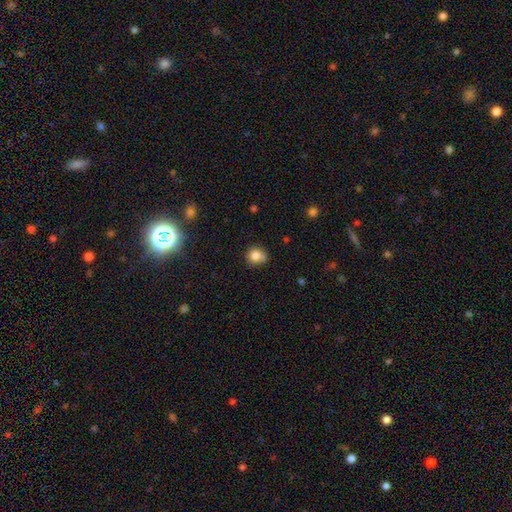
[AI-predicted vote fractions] Smooth or featured: smooth — 80% (star or artifact — 12%)
How rounded: round — 84% (in between — 15%)
Merging: none — 66% (minor disturbance — 20%)